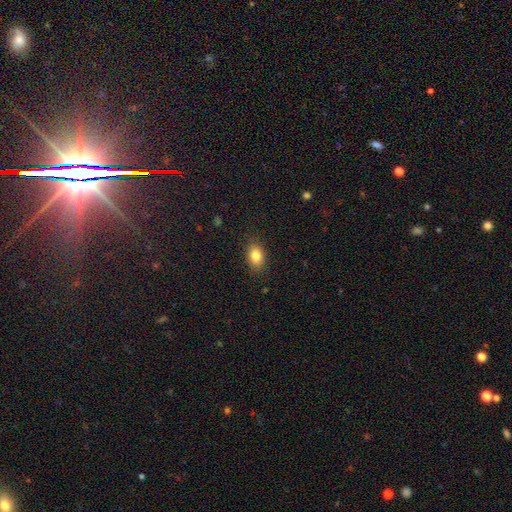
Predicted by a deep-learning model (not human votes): Smooth or featured? smooth (83%)
How rounded? in between (82%)
Merging? none (87%)